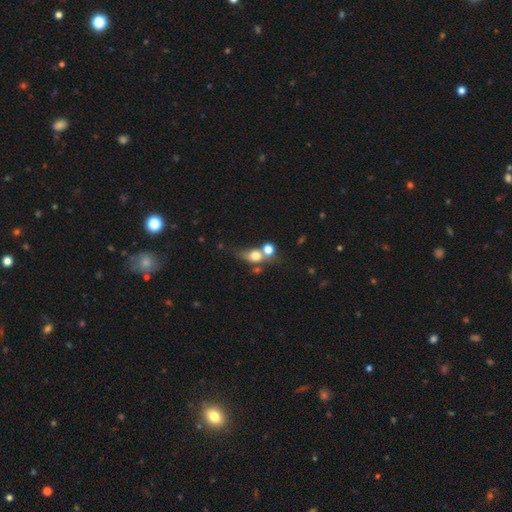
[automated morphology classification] smooth_or_featured: smooth (p=0.68) [alt: featured or disk p=0.18]
how_rounded: round (p=0.48) [alt: in between p=0.46]
merging: merger (p=0.43) [alt: none p=0.31]